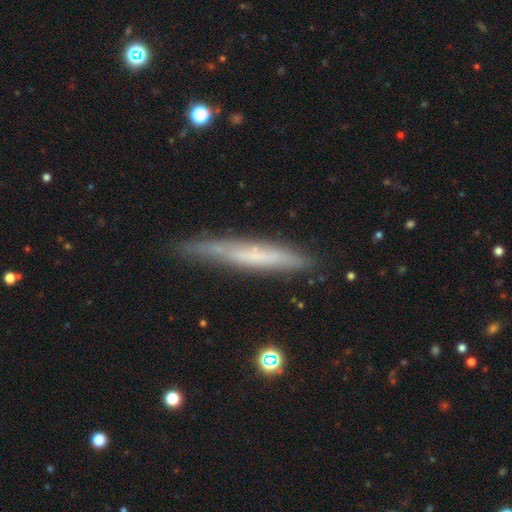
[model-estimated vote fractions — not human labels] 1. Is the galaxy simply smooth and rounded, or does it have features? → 48% featured or disk, 45% smooth, 7% star or artifact.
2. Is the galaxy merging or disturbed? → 74% none, 20% minor disturbance, 4% major disturbance, 2% merger.